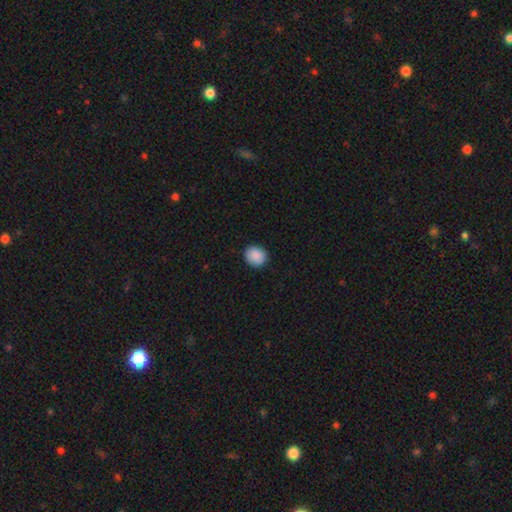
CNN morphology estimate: Smooth or featured: smooth — 89% (star or artifact — 8%)
How rounded: round — 77% (in between — 22%)
Merging: none — 90% (minor disturbance — 7%)